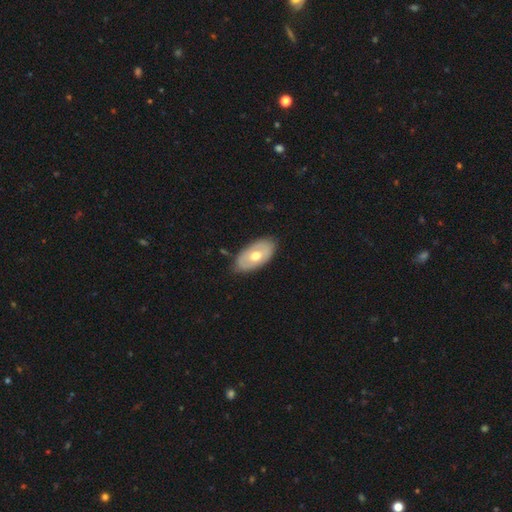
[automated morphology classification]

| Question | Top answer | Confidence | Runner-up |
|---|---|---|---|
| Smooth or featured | smooth | 52% | featured or disk (42%) |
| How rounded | in between | 93% | round (5%) |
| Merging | none | 82% | minor disturbance (14%) |